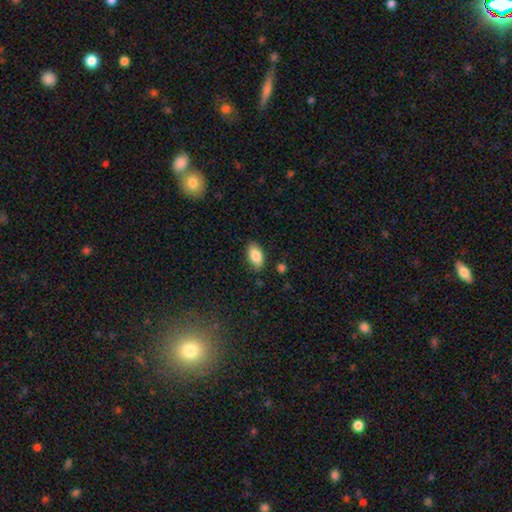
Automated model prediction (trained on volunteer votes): Smooth or featured? smooth (85%)
How rounded? in between (92%)
Merging? none (84%)